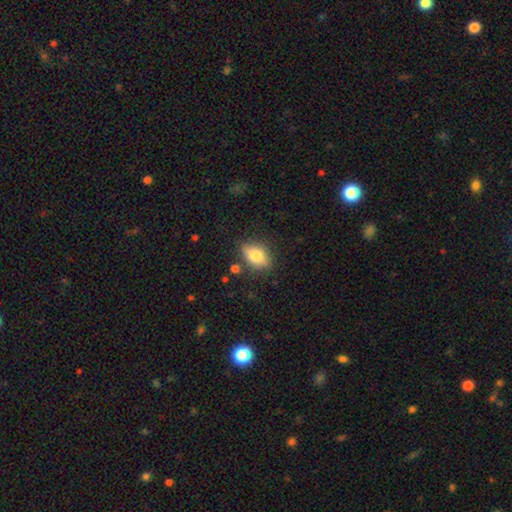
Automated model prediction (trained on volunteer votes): This is likely a smooth galaxy (75%). How rounded: clearly in between (81%). Merging: likely none (78%).